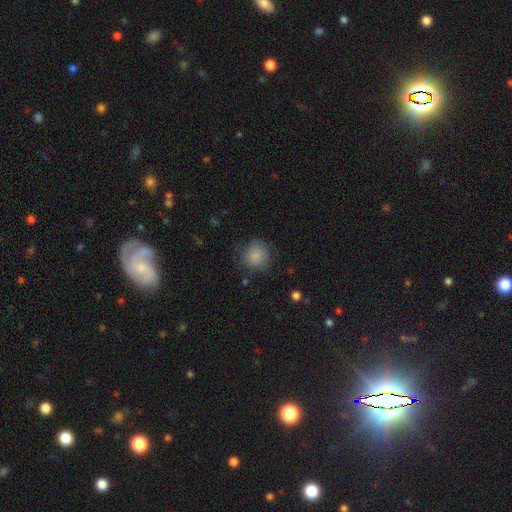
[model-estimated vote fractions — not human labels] smooth_or_featured: smooth (p=0.84) [alt: star or artifact p=0.09]
how_rounded: round (p=0.87) [alt: in between p=0.12]
merging: none (p=0.71) [alt: minor disturbance p=0.21]